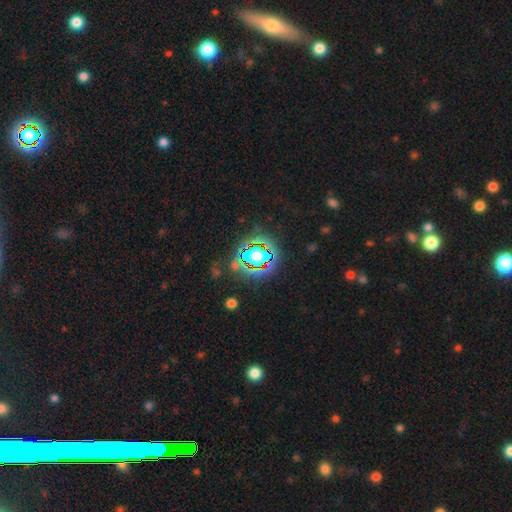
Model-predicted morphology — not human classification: Q: Smooth or featured?
A: star or artifact (75%); runner-up: smooth (15%)